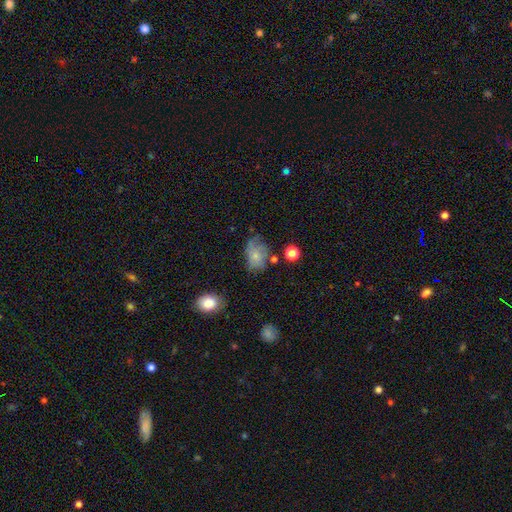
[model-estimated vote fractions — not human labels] Morphology: type=smooth (60%); roundness=in between (74%); merging=none (41%).